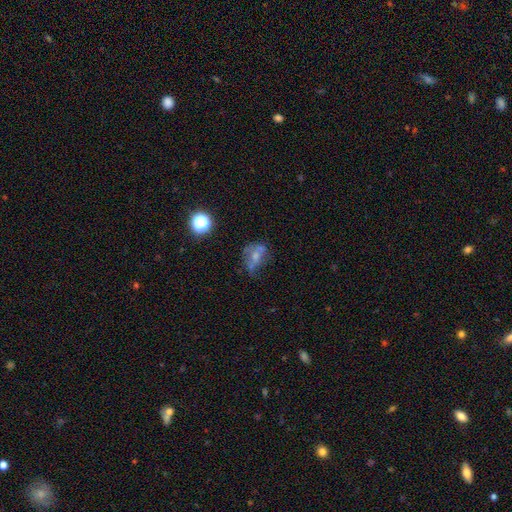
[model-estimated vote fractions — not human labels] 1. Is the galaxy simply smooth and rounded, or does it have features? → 43% featured or disk, 37% smooth, 19% star or artifact.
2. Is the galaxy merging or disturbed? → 36% none, 29% major disturbance, 24% minor disturbance, 11% merger.